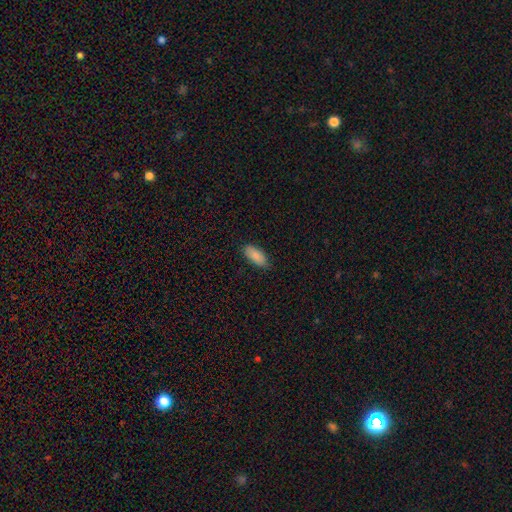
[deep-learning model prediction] Smooth or featured?
  - smooth: 88% *
  - star or artifact: 6%
  - featured or disk: 6%
How rounded?
  - in between: 86% *
  - cigar-shaped: 12%
  - round: 2%
Merging?
  - none: 85% *
  - minor disturbance: 12%
  - major disturbance: 2%
  - merger: 1%